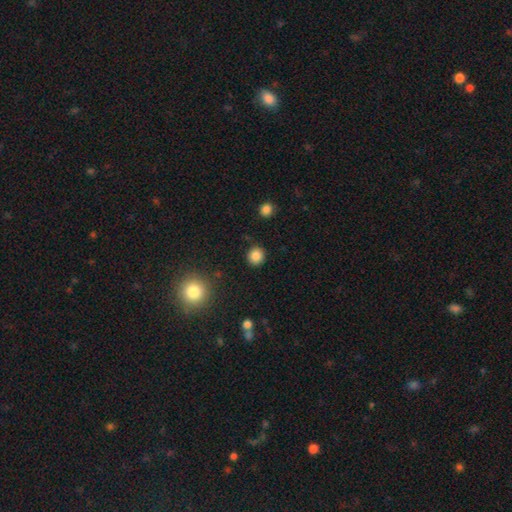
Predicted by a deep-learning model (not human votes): smooth_or_featured: smooth (p=0.85) [alt: star or artifact p=0.11]
how_rounded: round (p=0.91) [alt: in between p=0.08]
merging: none (p=0.89) [alt: minor disturbance p=0.06]